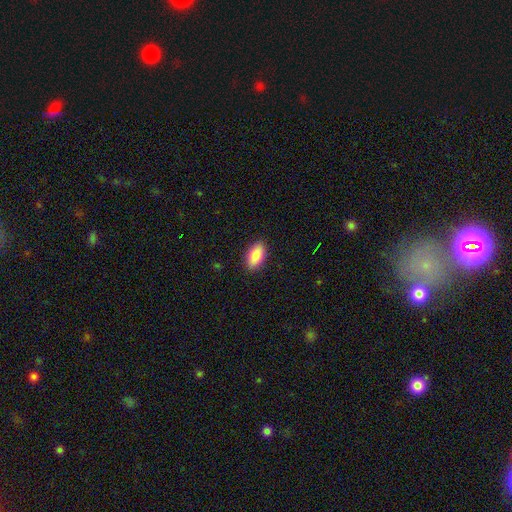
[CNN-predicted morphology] smooth_or_featured: smooth (p=0.85) [alt: featured or disk p=0.08]
how_rounded: in between (p=0.92) [alt: cigar-shaped p=0.04]
merging: none (p=0.89) [alt: minor disturbance p=0.08]